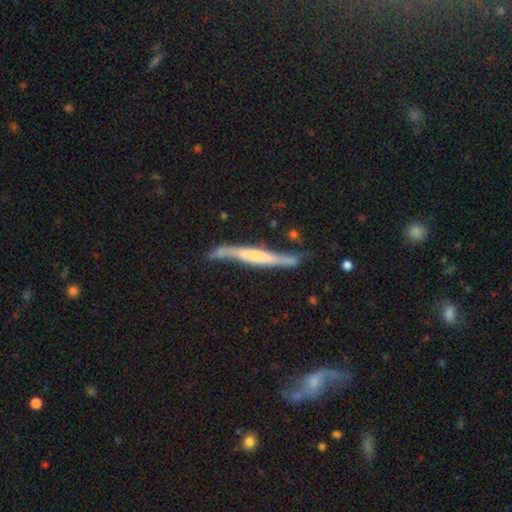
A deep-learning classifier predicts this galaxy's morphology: This is likely a featured or disk galaxy (64%). It is likely viewed edge-on (78%). Merging: possibly none (56%).